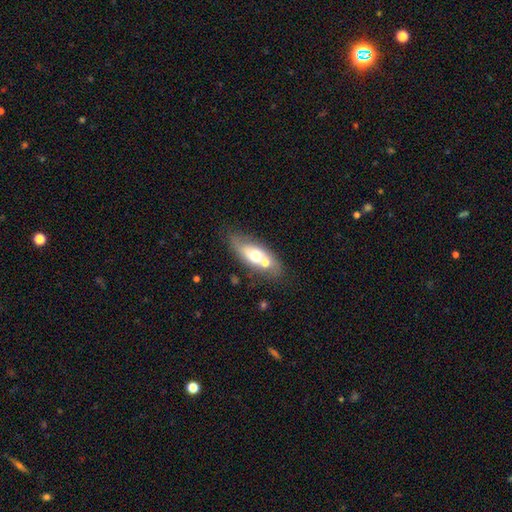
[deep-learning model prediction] Smooth or featured: smooth — 53% (featured or disk — 40%)
How rounded: in between — 75% (cigar-shaped — 19%)
Merging: none — 48% (merger — 32%)